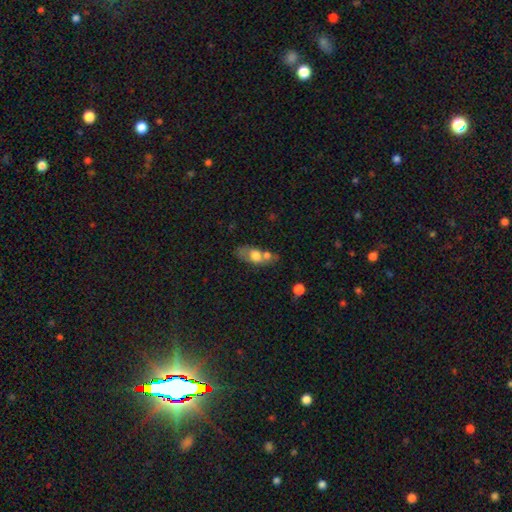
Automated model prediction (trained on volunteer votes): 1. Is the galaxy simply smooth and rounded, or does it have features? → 65% smooth, 26% featured or disk, 8% star or artifact.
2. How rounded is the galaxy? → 76% in between, 15% round, 10% cigar-shaped.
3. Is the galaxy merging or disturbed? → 43% merger, 31% none, 16% minor disturbance, 10% major disturbance.